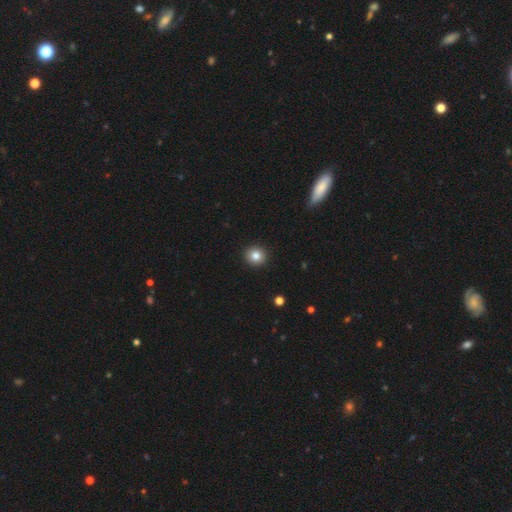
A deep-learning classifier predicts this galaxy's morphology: Smooth or featured? smooth (83%)
How rounded? round (91%)
Merging? none (93%)